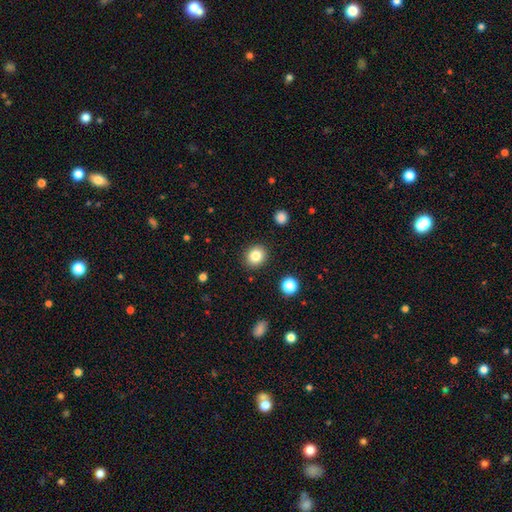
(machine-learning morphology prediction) A smooth galaxy with no disk features (84%) that is round (74%).

Vote fractions:
- Smooth or featured? smooth: 84% / star or artifact: 10% / featured or disk: 6%
- How rounded? round: 74% / in between: 25% / cigar-shaped: 1%
- Merging? none: 89% / minor disturbance: 7% / major disturbance: 2% / merger: 2%